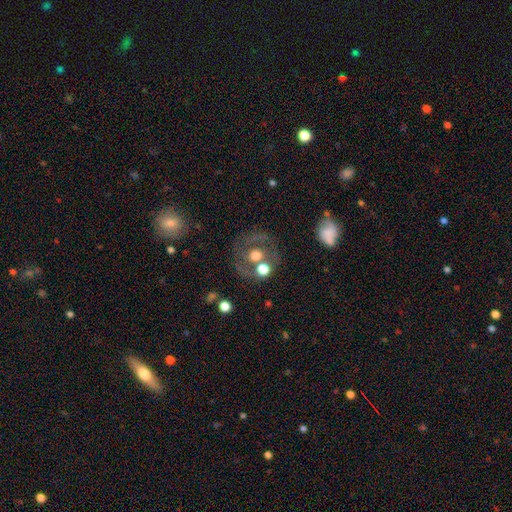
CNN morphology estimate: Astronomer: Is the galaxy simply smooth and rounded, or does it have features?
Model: smooth — 44%, tied with featured or disk at 44%.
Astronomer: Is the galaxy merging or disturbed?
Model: none — 57%.